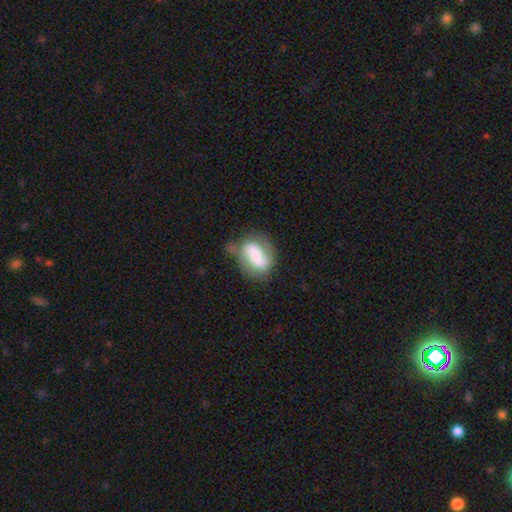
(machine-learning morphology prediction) Smooth or featured? Predicted: featured or disk (p=0.56). Edge-on disk? Predicted: no (p=0.96). Bar? Predicted: strong (p=0.37). Spiral arms? Predicted: yes (p=0.81). Bulge size? Predicted: small (p=0.26). Merging? Predicted: none (p=0.49).